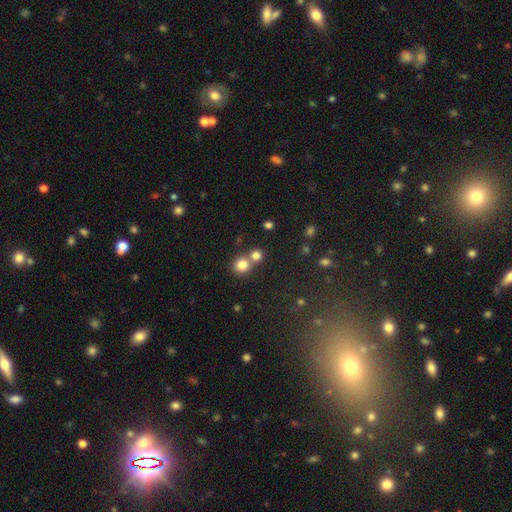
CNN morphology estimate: smooth 79%, star or artifact 13%, featured or disk 7%. Down the decision tree: how rounded — round (86%); merging — none (53%).